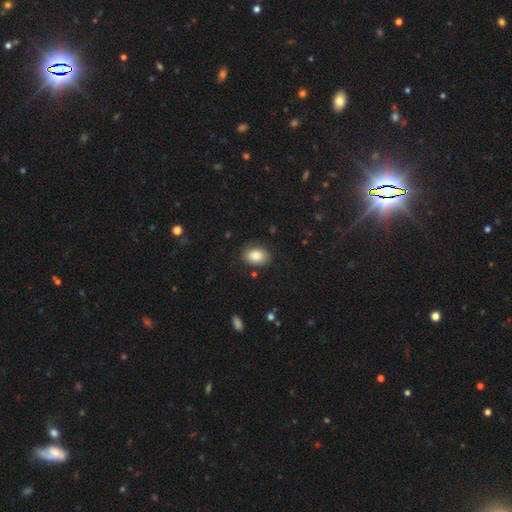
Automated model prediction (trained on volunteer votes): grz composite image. It shows a smooth galaxy with no disk features (85%) that is in between round and cigar-shaped (78%). Merging: none (84%).